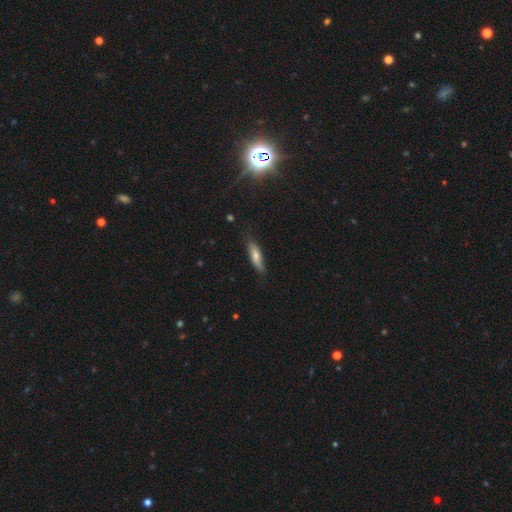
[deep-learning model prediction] smooth-or-featured: smooth: 67% | featured or disk: 26% | star or artifact: 6%
  how-rounded: cigar-shaped: 61% | in between: 37% | round: 2%
  merging: none: 76% | minor disturbance: 19% | major disturbance: 3% | merger: 1%